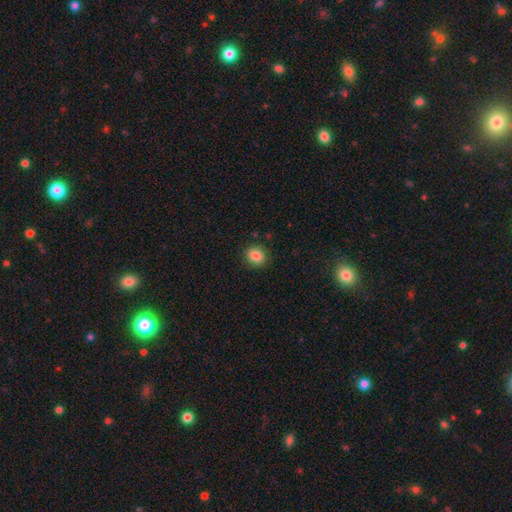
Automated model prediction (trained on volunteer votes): smooth-or-featured: smooth: 85% | star or artifact: 10% | featured or disk: 5%
  how-rounded: round: 77% | in between: 22% | cigar-shaped: 1%
  merging: none: 89% | minor disturbance: 8% | major disturbance: 2% | merger: 1%